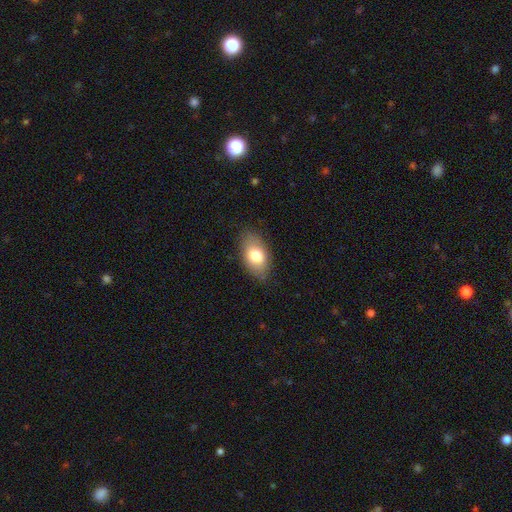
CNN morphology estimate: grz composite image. It shows a smooth galaxy with no disk features (78%) that is in between round and cigar-shaped (92%). Merging: none (82%).